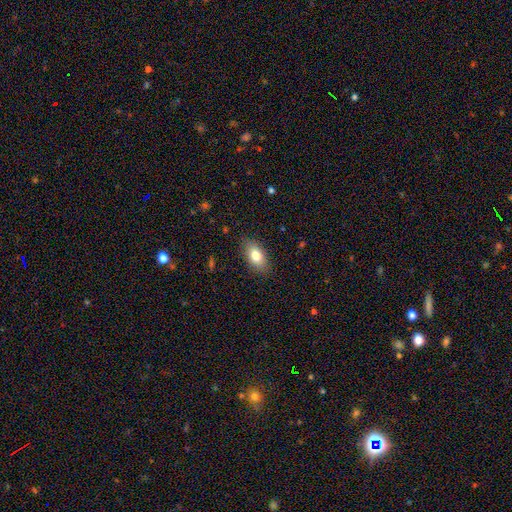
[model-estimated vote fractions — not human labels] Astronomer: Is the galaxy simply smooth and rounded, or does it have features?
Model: smooth — 79%.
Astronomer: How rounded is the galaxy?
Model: in between — 89%.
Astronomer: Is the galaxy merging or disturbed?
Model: none — 84%.